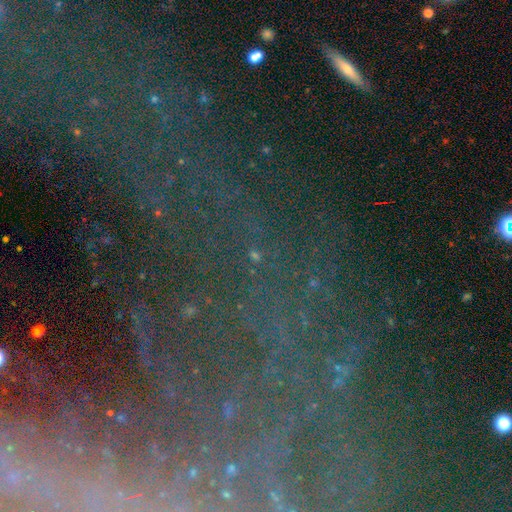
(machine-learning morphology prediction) star or artifact 62%, featured or disk 24%, smooth 14%.